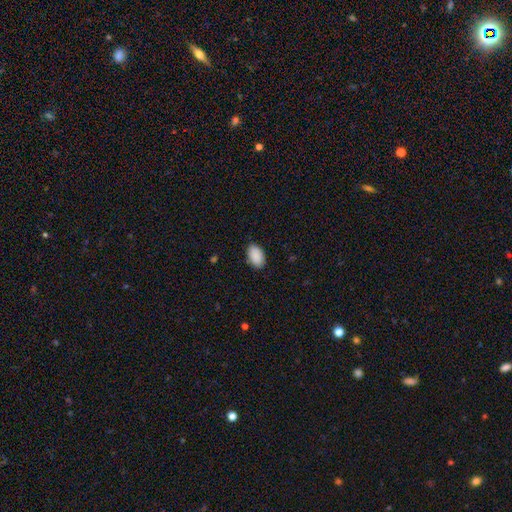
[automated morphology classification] smooth_or_featured: smooth (p=0.91) [alt: star or artifact p=0.06]
how_rounded: in between (p=0.93) [alt: round p=0.05]
merging: none (p=0.86) [alt: minor disturbance p=0.11]